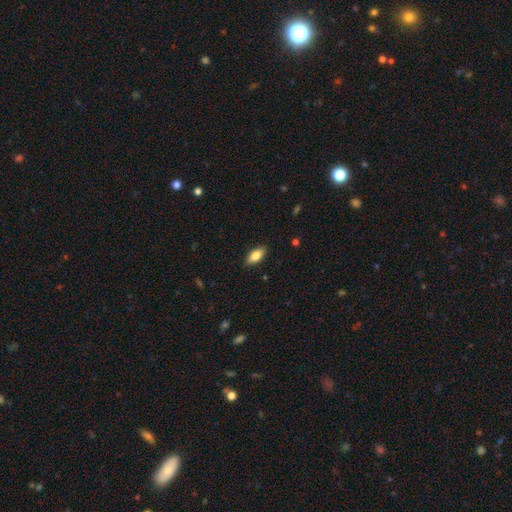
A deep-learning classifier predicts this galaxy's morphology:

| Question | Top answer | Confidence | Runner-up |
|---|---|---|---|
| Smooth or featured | smooth | 80% | featured or disk (14%) |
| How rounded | in between | 85% | cigar-shaped (13%) |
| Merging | none | 87% | minor disturbance (10%) |